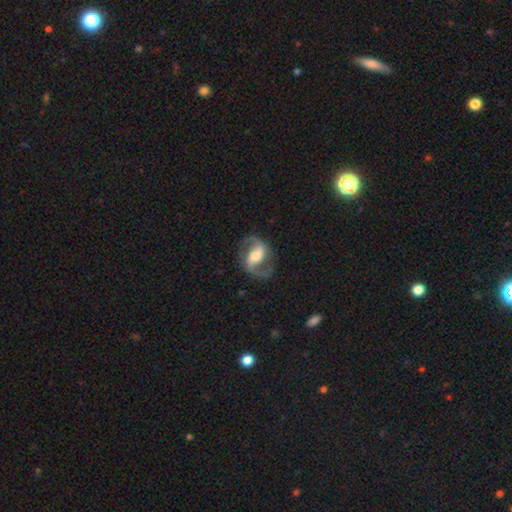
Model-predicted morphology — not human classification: Smooth or featured? Predicted: featured or disk (p=0.85). Edge-on disk? Predicted: no (p=0.97). Bar? Predicted: strong (p=0.40). Spiral arms? Predicted: yes (p=0.94). Spiral winding? Predicted: medium (p=0.50). Spiral arm count? Predicted: 2 (p=0.92). Bulge size? Predicted: moderate (p=0.59). Merging? Predicted: none (p=0.79).